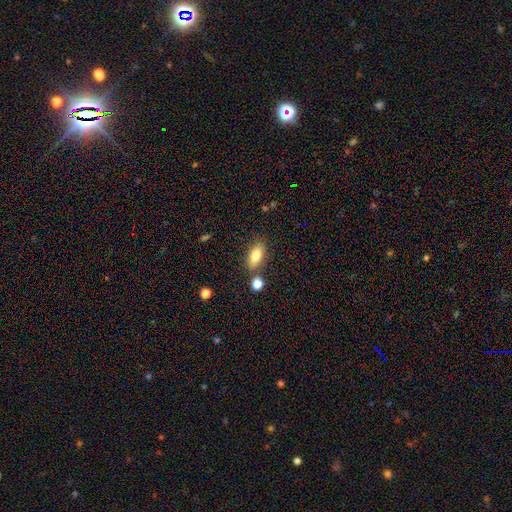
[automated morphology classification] Smooth or featured?
  - smooth: 79% *
  - featured or disk: 13%
  - star or artifact: 8%
How rounded?
  - in between: 86% *
  - cigar-shaped: 9%
  - round: 5%
Merging?
  - none: 72% *
  - minor disturbance: 13%
  - merger: 12%
  - major disturbance: 3%